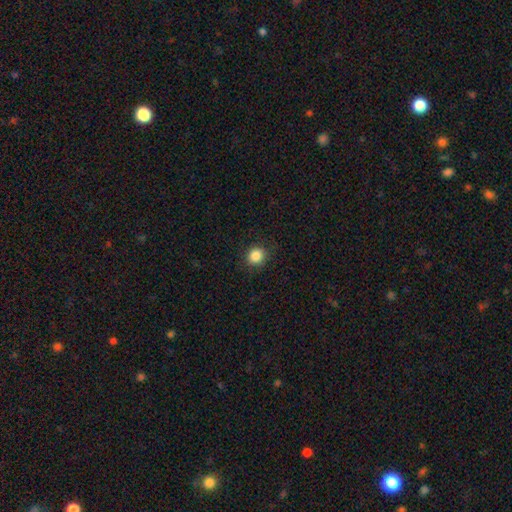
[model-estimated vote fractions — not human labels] A smooth galaxy with no disk features (86%) that is round (85%).

Vote fractions:
- Smooth or featured? smooth: 86% / star or artifact: 10% / featured or disk: 4%
- How rounded? round: 85% / in between: 14% / cigar-shaped: 1%
- Merging? none: 87% / minor disturbance: 9% / major disturbance: 3% / merger: 1%